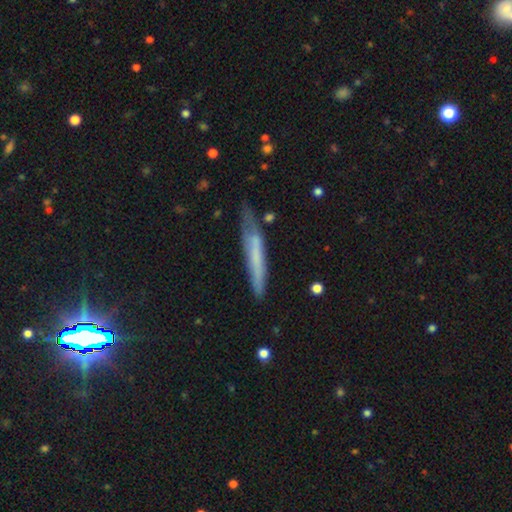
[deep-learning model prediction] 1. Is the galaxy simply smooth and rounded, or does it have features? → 54% smooth, 38% featured or disk, 8% star or artifact.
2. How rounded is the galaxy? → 93% cigar-shaped, 5% in between, 1% round.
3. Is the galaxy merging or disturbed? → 68% none, 23% minor disturbance, 6% major disturbance, 3% merger.